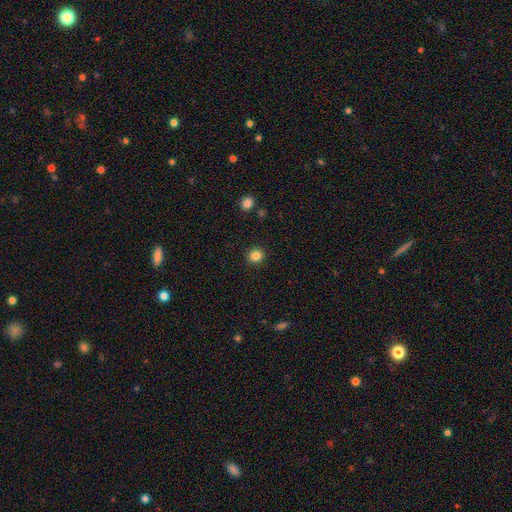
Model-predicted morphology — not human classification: type=smooth (85%); roundness=round (86%); merging=none (92%).